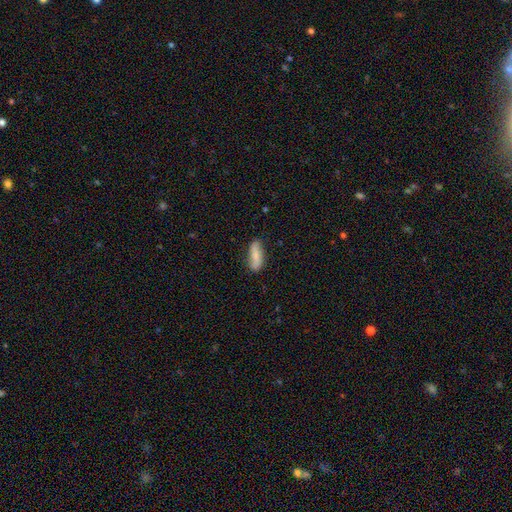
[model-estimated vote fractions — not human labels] A smooth galaxy with no disk features (66%) that is in between round and cigar-shaped (61%). Merging: none (77%).